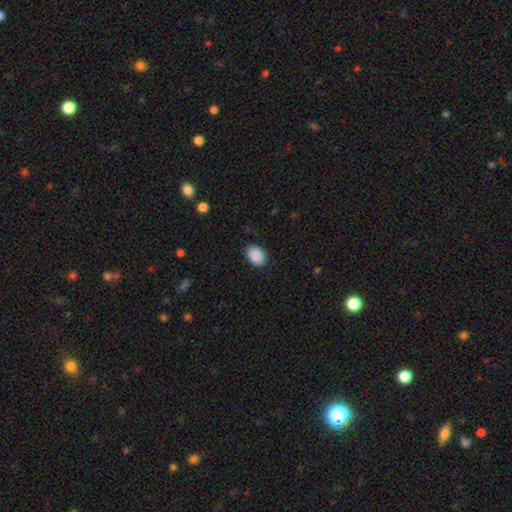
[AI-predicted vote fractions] This is clearly a smooth galaxy (89%). How rounded: clearly in between (80%). Merging: clearly none (81%).